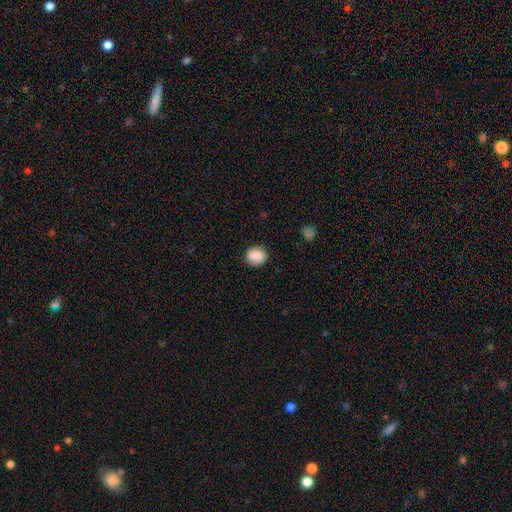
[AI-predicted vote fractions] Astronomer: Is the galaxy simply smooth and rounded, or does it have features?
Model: smooth — 87%.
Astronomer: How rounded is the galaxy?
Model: round — 70%.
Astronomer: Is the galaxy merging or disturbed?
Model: none — 85%.